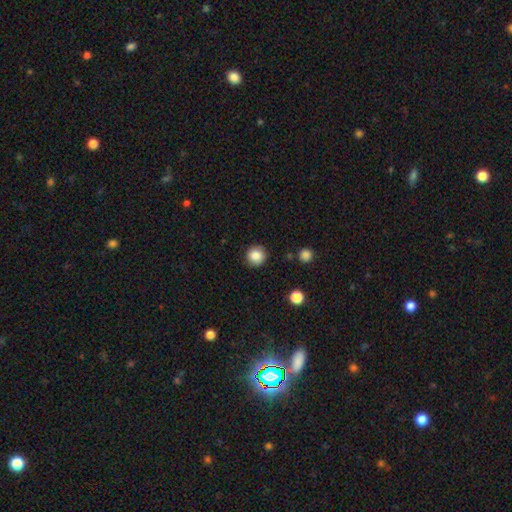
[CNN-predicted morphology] A smooth galaxy with no disk features (86%) that is round (93%). Merging: none (89%).